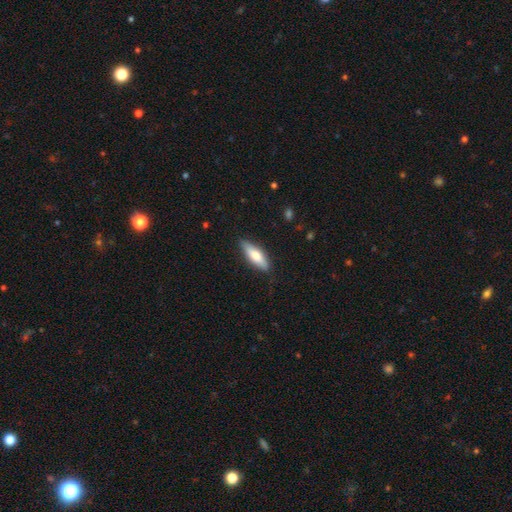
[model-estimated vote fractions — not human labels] The model was most divided on "how rounded": in between: 52%, cigar-shaped: 46%, round: 2%. More confident: merging — none (84%); smooth or featured — smooth (66%).